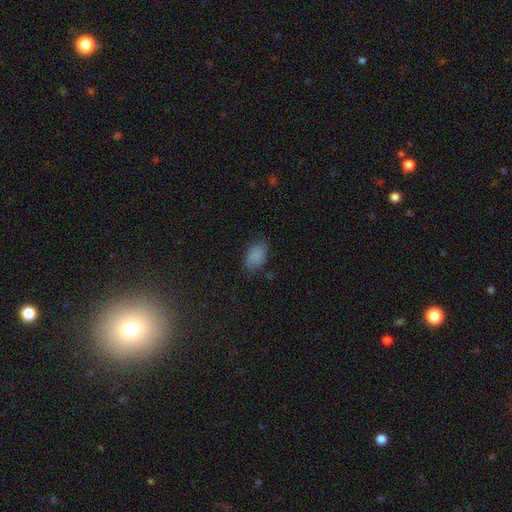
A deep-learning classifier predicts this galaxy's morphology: The model was most divided on "merging": none: 72%, minor disturbance: 21%, major disturbance: 6%, merger: 2%. More confident: how rounded — in between (88%); smooth or featured — smooth (83%).